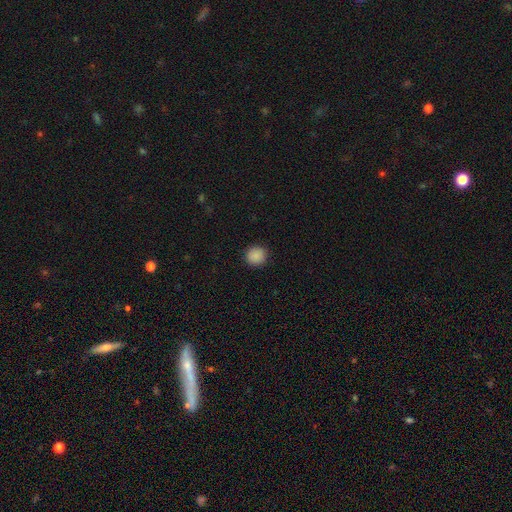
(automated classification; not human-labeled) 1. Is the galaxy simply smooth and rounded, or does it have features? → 89% smooth, 9% star or artifact, 2% featured or disk.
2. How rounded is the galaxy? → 91% round, 8% in between, 1% cigar-shaped.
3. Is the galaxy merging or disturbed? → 92% none, 6% minor disturbance, 2% major disturbance, 1% merger.